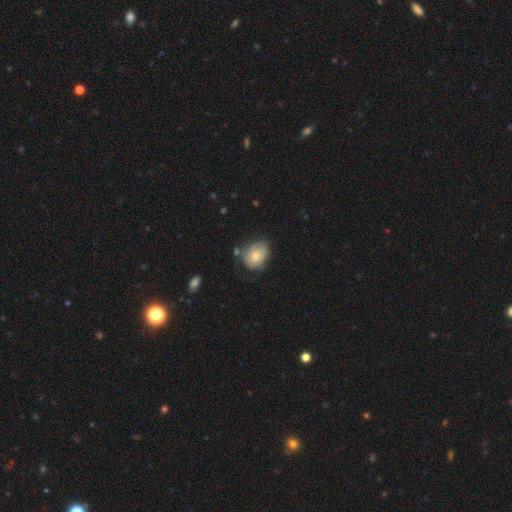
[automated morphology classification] This is likely a smooth galaxy (64%). How rounded: possibly in between (53%). Merging: possibly none (55%).